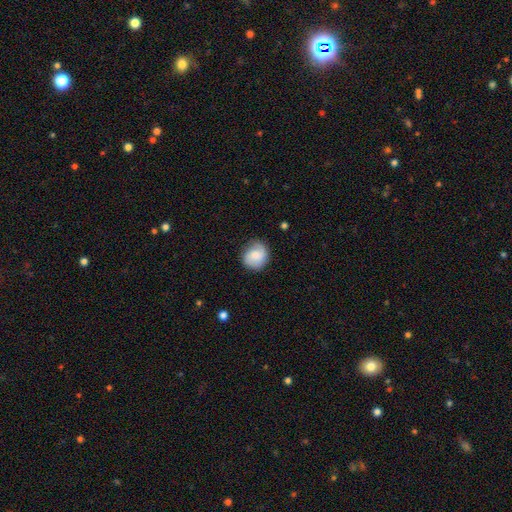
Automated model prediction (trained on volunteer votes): Q: Smooth or featured?
A: smooth (70%); runner-up: featured or disk (23%)
Q: How rounded?
A: round (80%); runner-up: in between (19%)
Q: Merging?
A: none (73%); runner-up: minor disturbance (20%)